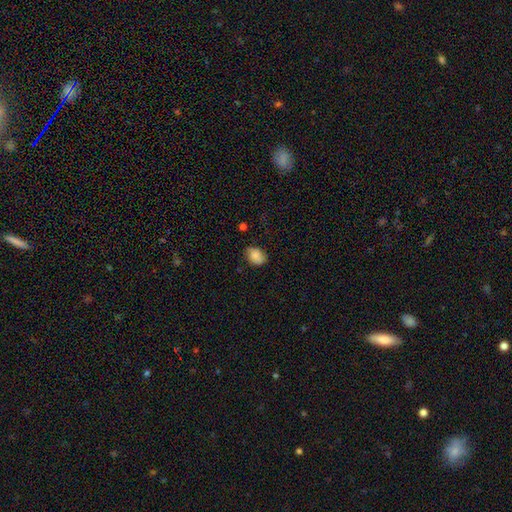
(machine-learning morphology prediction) Smooth or featured: smooth — 82% (featured or disk — 10%)
How rounded: in between — 65% (round — 34%)
Merging: none — 72% (minor disturbance — 22%)